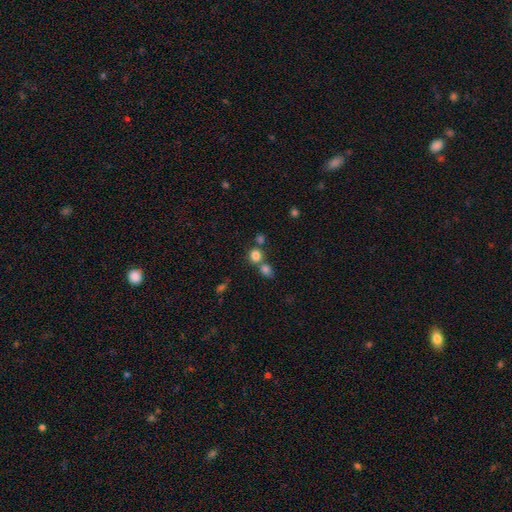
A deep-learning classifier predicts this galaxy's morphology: Overall: smooth (80%). How rounded: round (78%). Merging: none (52%; merger 36%).